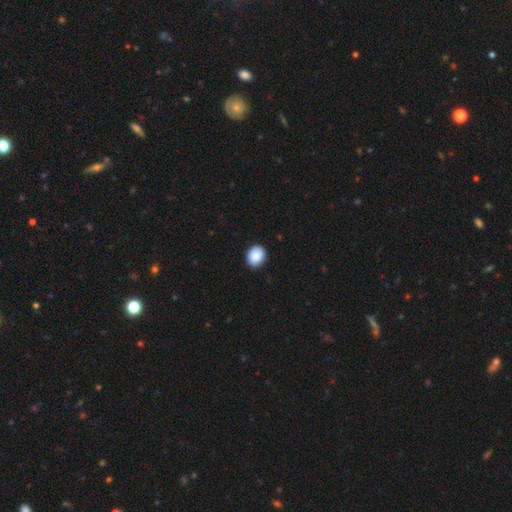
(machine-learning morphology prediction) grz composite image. It shows a smooth galaxy with no disk features (89%) that is round (60%). Merging: none (91%).